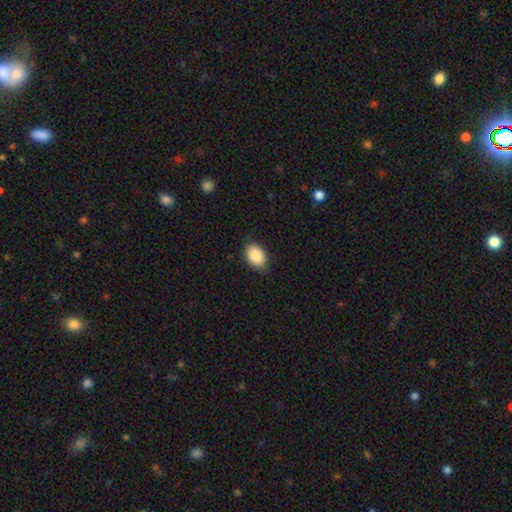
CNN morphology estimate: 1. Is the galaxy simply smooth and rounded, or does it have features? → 89% smooth, 7% star or artifact, 5% featured or disk.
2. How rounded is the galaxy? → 84% in between, 15% round, 1% cigar-shaped.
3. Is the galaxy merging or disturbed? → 82% none, 15% minor disturbance, 3% major disturbance, 1% merger.